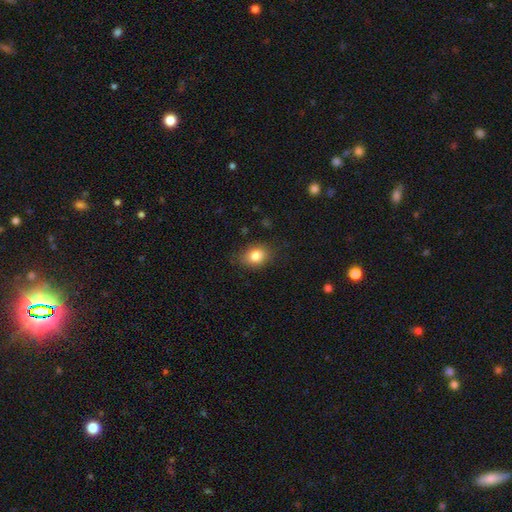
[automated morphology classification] Overall: smooth (82%). How rounded: in between (63%; round 36%). Merging: none (81%).